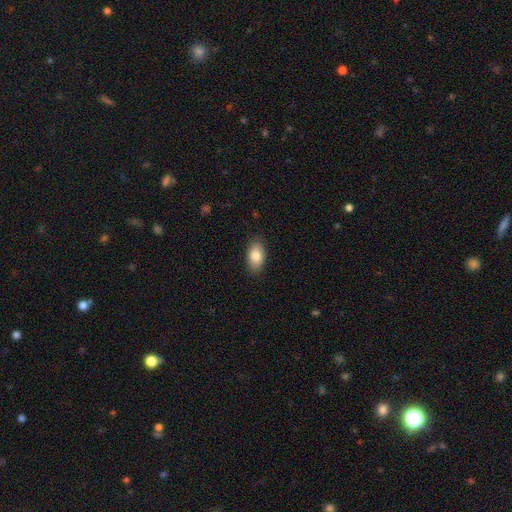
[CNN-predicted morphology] Smooth or featured? Predicted: smooth (p=0.84). How rounded? Predicted: in between (p=0.92). Merging? Predicted: none (p=0.87).